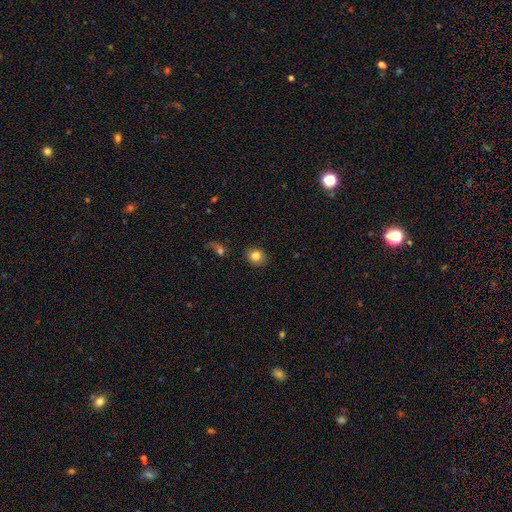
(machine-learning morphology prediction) The model was most divided on "how rounded": round: 75%, in between: 24%, cigar-shaped: 1%. More confident: merging — none (87%); smooth or featured — smooth (83%).